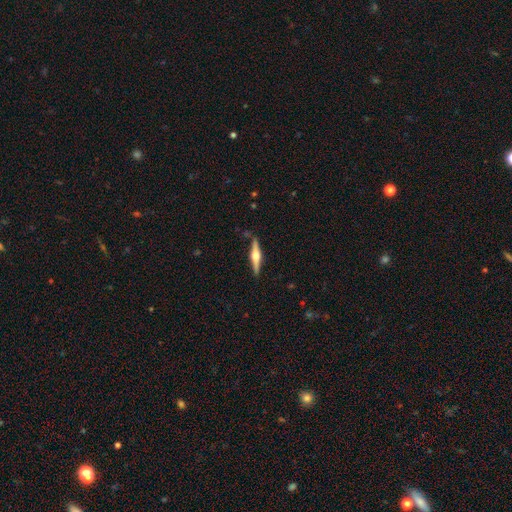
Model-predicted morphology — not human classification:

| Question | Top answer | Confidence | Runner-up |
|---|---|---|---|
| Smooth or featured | featured or disk | 75% | smooth (20%) |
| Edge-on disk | yes | 98% | no (2%) |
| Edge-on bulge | rounded | 92% | boxy (6%) |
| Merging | none | 88% | minor disturbance (9%) |